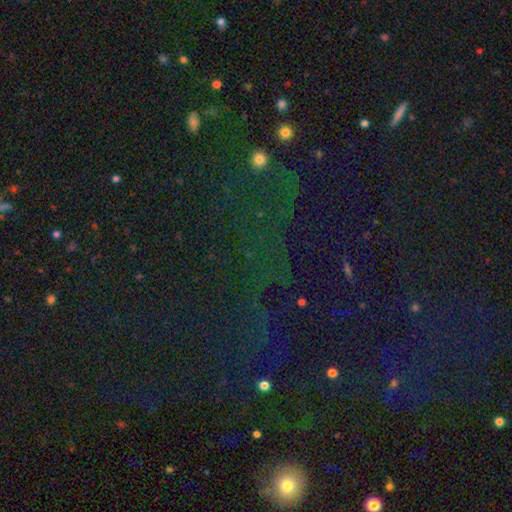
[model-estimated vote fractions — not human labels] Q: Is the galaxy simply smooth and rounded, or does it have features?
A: star or artifact — 74%.